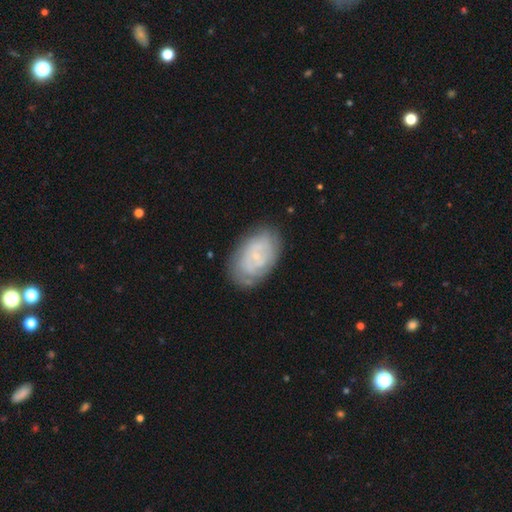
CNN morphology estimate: Overall: featured or disk (57%; smooth 35%). Edge-on disk: no (96%). Bar: no (69%). Spiral arms: yes (71%). Bulge size: small (76%). Merging: none (75%).